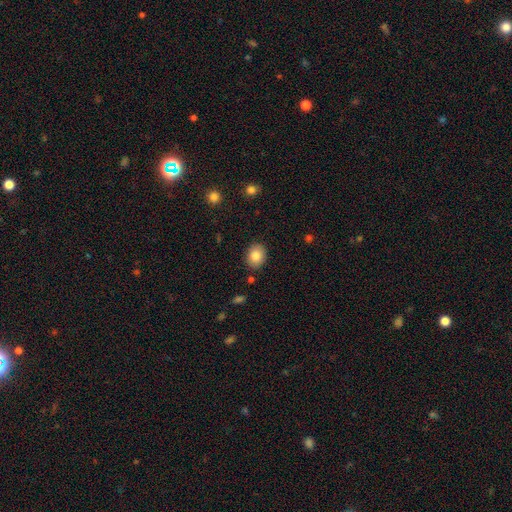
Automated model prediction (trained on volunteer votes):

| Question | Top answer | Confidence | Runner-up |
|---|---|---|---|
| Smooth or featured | smooth | 84% | star or artifact (8%) |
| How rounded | in between | 55% | round (44%) |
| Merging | none | 88% | minor disturbance (8%) |